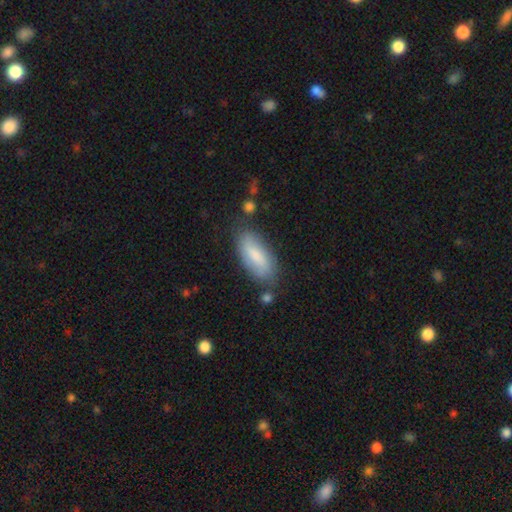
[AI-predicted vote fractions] Q: Smooth or featured?
A: smooth (71%); runner-up: featured or disk (23%)
Q: How rounded?
A: in between (82%); runner-up: cigar-shaped (16%)
Q: Merging?
A: none (74%); runner-up: minor disturbance (18%)